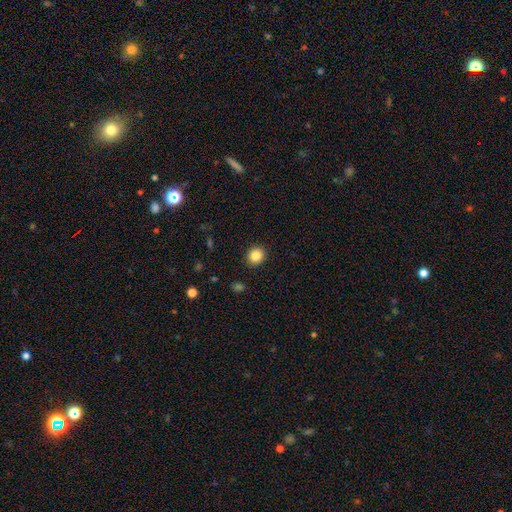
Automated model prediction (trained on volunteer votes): A smooth galaxy with no disk features (86%) that is round (80%).

Vote fractions:
- Smooth or featured? smooth: 86% / star or artifact: 10% / featured or disk: 4%
- How rounded? round: 80% / in between: 19% / cigar-shaped: 1%
- Merging? none: 91% / minor disturbance: 6% / major disturbance: 2% / merger: 1%